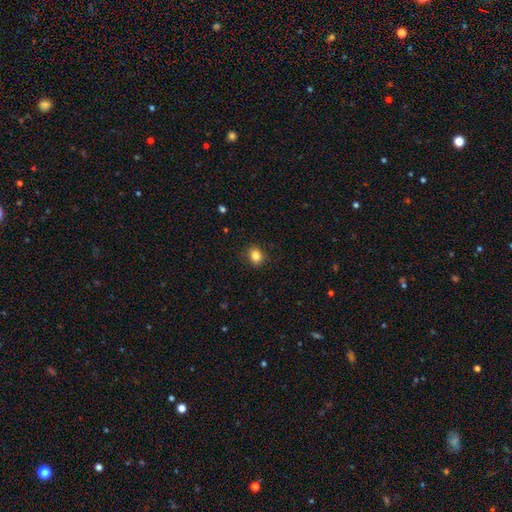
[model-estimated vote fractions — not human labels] A smooth galaxy with no disk features (84%) that is round (59%). Merging: none (88%).